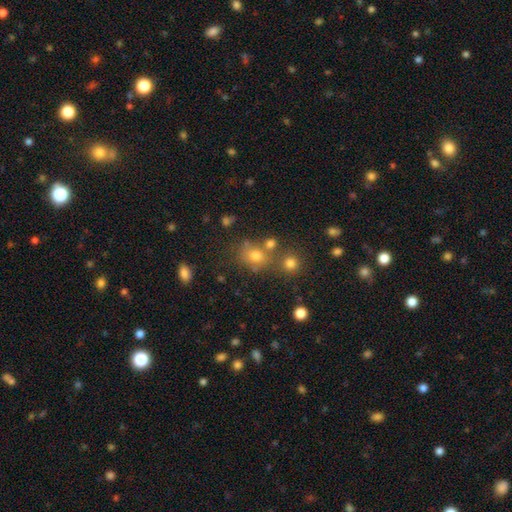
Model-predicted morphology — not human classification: A smooth galaxy with no disk features (67%) that is round (63%).

Vote fractions:
- Smooth or featured? smooth: 67% / star or artifact: 22% / featured or disk: 11%
- How rounded? round: 63% / in between: 36% / cigar-shaped: 1%
- Merging? none: 60% / merger: 22% / minor disturbance: 13% / major disturbance: 6%